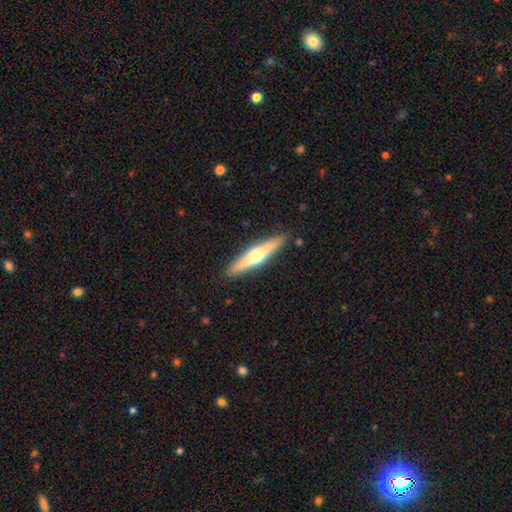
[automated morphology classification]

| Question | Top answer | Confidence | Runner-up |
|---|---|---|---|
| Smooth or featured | featured or disk | 59% | smooth (36%) |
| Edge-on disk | yes | 96% | no (4%) |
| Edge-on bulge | rounded | 90% | none (5%) |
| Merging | none | 90% | minor disturbance (7%) |